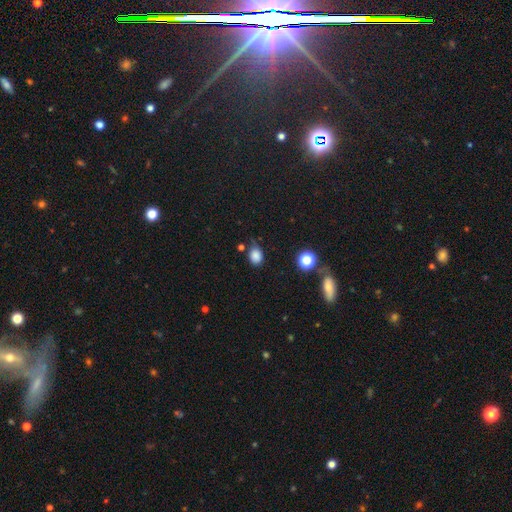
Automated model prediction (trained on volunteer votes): A smooth galaxy with no disk features (84%) that is in between round and cigar-shaped (61%). Merging: none (65%).